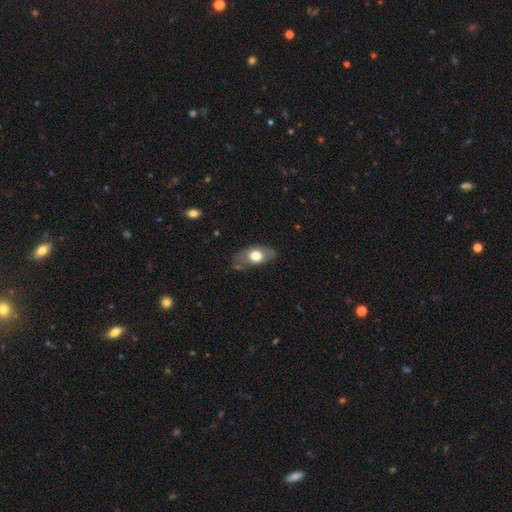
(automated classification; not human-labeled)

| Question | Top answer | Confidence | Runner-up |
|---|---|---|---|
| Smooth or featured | smooth | 62% | featured or disk (32%) |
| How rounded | in between | 87% | round (9%) |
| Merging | none | 68% | minor disturbance (23%) |